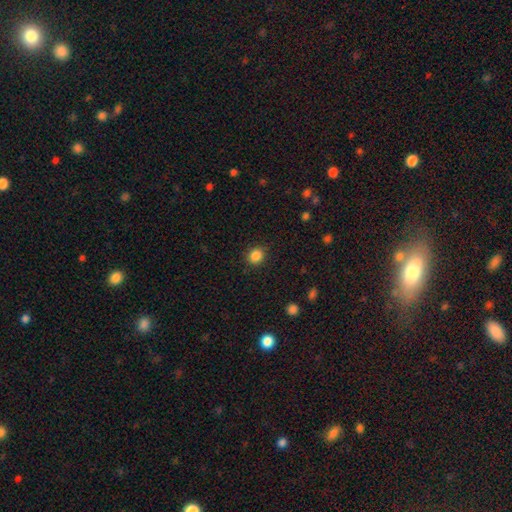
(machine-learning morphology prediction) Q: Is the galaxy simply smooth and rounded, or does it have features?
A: smooth — 86%.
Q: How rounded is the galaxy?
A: round — 77%.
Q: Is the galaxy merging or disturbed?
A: none — 88%.